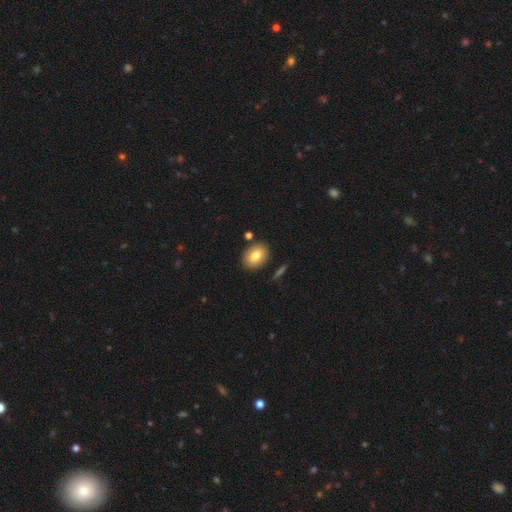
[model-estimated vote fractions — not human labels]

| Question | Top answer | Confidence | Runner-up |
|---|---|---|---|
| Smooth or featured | smooth | 81% | featured or disk (12%) |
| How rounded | in between | 75% | round (24%) |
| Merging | none | 85% | minor disturbance (9%) |